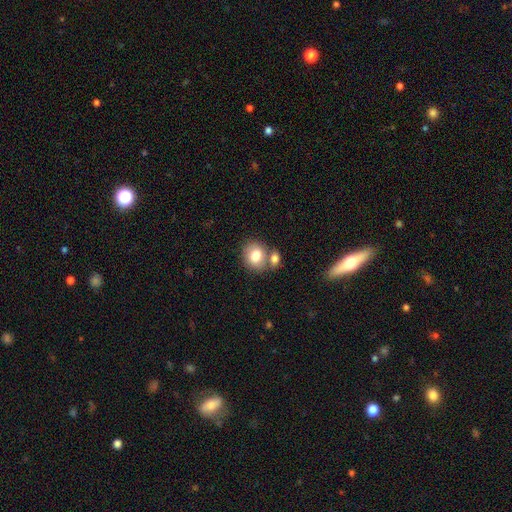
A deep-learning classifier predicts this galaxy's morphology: The model was most divided on "merging": none: 54%, merger: 32%, minor disturbance: 11%, major disturbance: 3%. More confident: smooth or featured — smooth (79%); how rounded — round (62%).